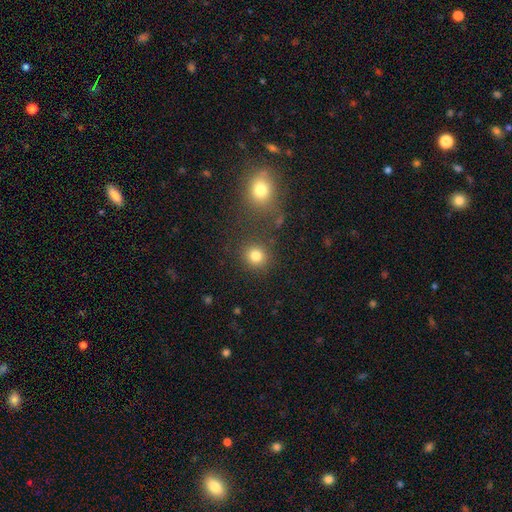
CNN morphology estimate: type=smooth (82%); roundness=round (88%); merging=none (81%).